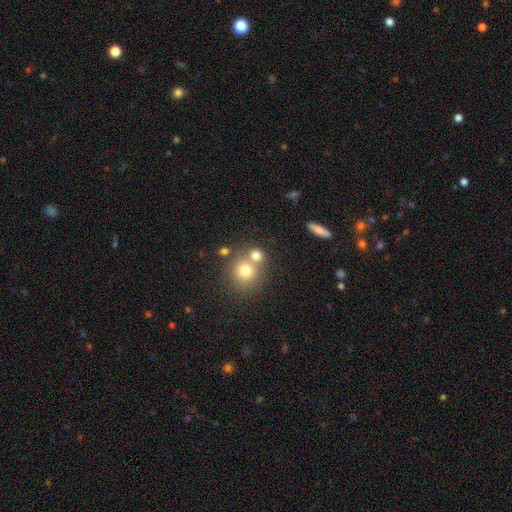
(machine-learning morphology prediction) Smooth or featured: smooth — 75% (featured or disk — 13%)
How rounded: round — 82% (in between — 17%)
Merging: none — 46% (merger — 43%)